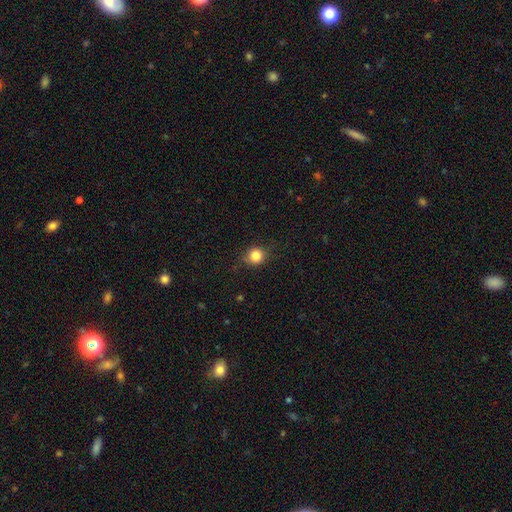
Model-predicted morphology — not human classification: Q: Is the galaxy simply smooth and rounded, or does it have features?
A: smooth — 83%.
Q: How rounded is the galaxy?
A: round — 87%.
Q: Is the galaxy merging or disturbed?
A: none — 82%.